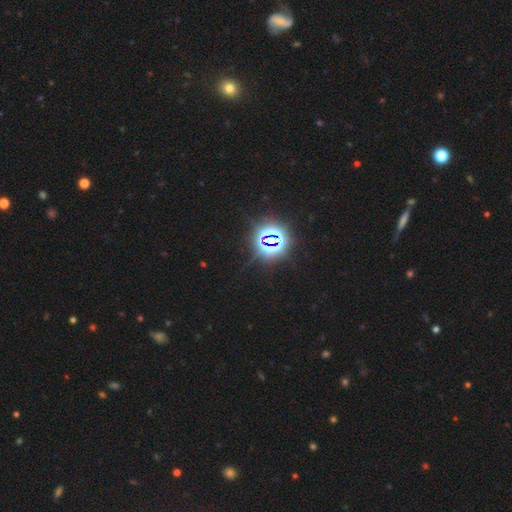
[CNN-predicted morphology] type=star or artifact (83%).